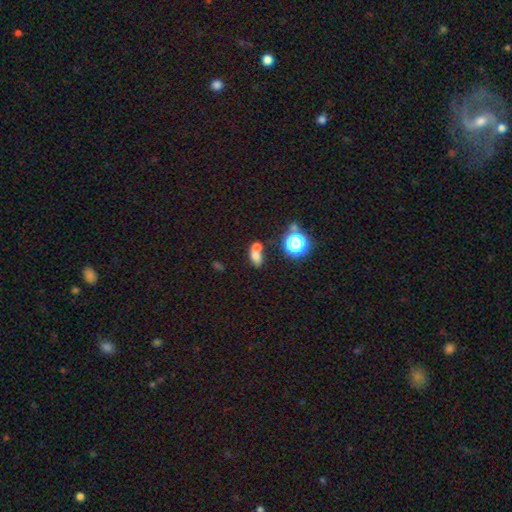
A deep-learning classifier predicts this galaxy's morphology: The model was most divided on "how rounded": in between: 62%, round: 35%, cigar-shaped: 3%. More confident: smooth or featured — smooth (66%); merging — merger (58%).